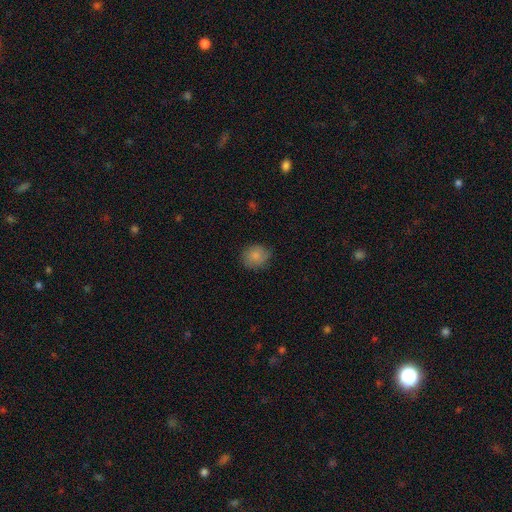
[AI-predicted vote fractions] The model was most divided on "how rounded": round: 68%, in between: 31%, cigar-shaped: 1%. More confident: smooth or featured — smooth (83%); merging — none (77%).